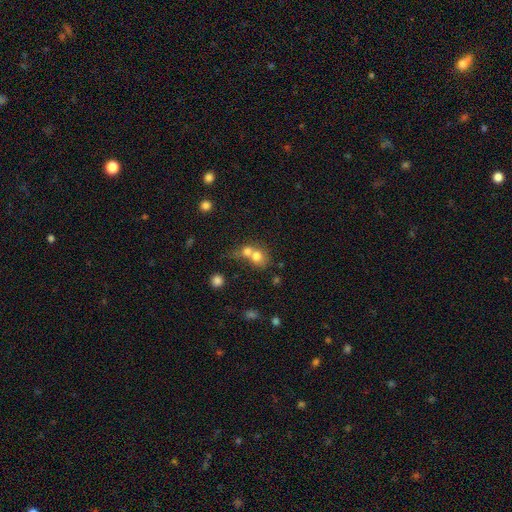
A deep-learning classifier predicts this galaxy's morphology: The model was most divided on "how rounded": round: 68%, in between: 31%, cigar-shaped: 1%. More confident: smooth or featured — smooth (73%); merging — merger (67%).